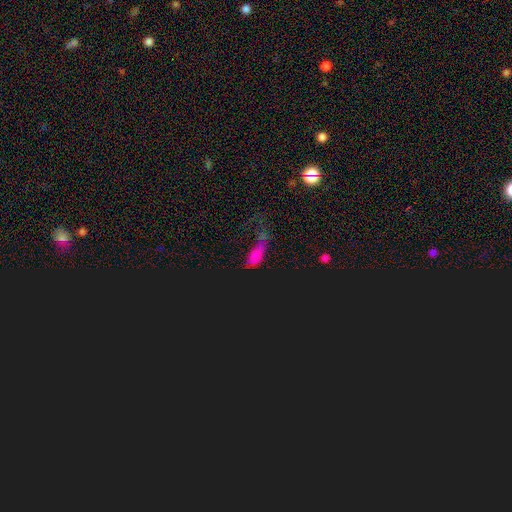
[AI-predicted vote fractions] Smooth or featured?
  - smooth: 50% *
  - star or artifact: 34%
  - featured or disk: 16%
How rounded?
  - in between: 70% *
  - cigar-shaped: 19%
  - round: 11%
Merging?
  - major disturbance: 41% *
  - none: 25%
  - minor disturbance: 18%
  - merger: 15%